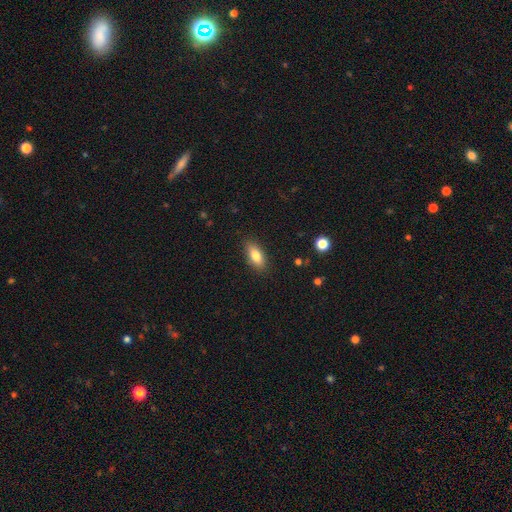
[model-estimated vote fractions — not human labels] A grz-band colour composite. It shows a smooth galaxy with no disk features (80%) that is in between round and cigar-shaped (81%). Merging: none (87%).